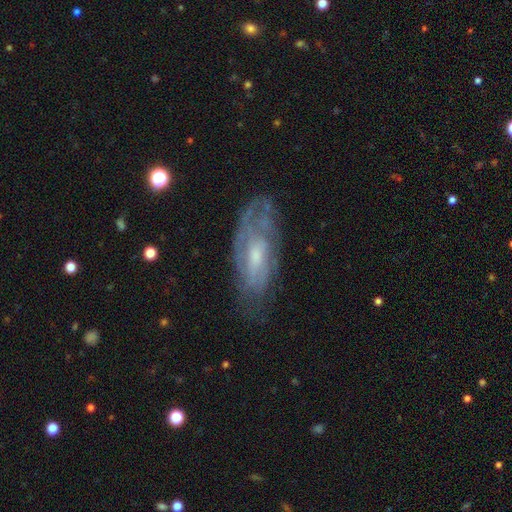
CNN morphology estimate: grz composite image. It shows a featured or disk galaxy (71%) with no bar (64%), spiral arms (77%) and a small central bulge (48%). Merging: none (67%).